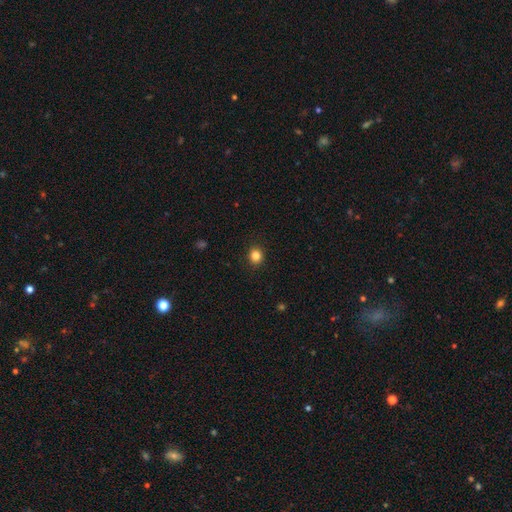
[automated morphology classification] The model was most divided on "how rounded": round: 81%, in between: 18%, cigar-shaped: 1%. More confident: merging — none (91%); smooth or featured — smooth (84%).